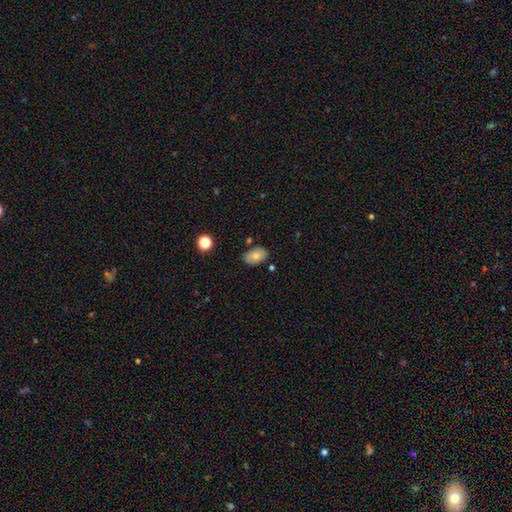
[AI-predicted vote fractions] Smooth or featured? Predicted: smooth (p=0.78). How rounded? Predicted: in between (p=0.89). Merging? Predicted: none (p=0.80).